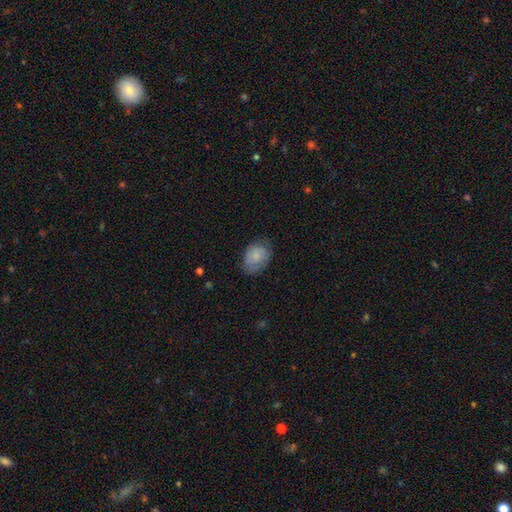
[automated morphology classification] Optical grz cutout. It shows a smooth galaxy with no disk features (77%) that is in between round and cigar-shaped (67%). Merging: none (66%).